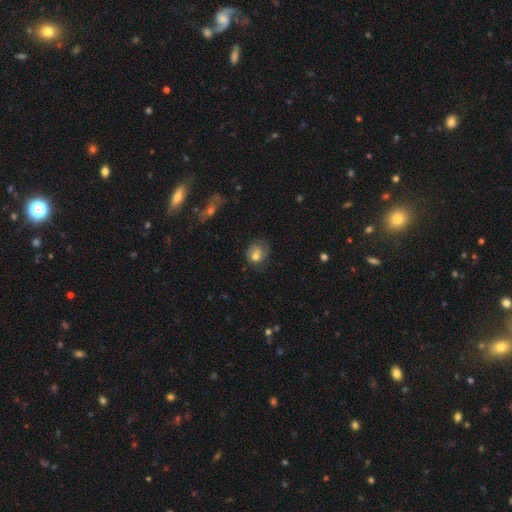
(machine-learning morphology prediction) Smooth or featured: smooth — 65% (featured or disk — 25%)
How rounded: round — 65% (in between — 34%)
Merging: none — 56% (minor disturbance — 26%)